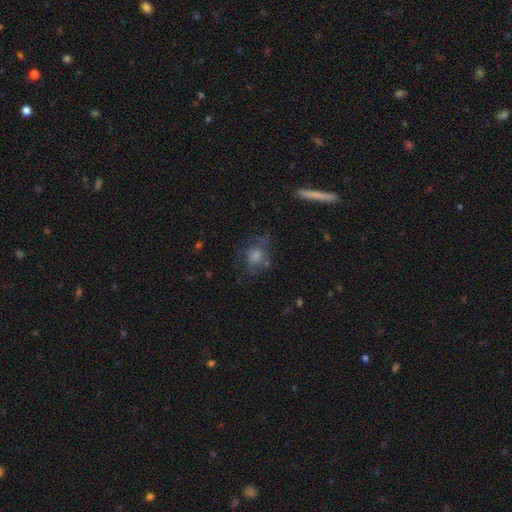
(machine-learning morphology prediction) Smooth or featured?
  - smooth: 50% *
  - featured or disk: 33%
  - star or artifact: 18%
Merging?
  - none: 60% *
  - minor disturbance: 21%
  - major disturbance: 14%
  - merger: 4%